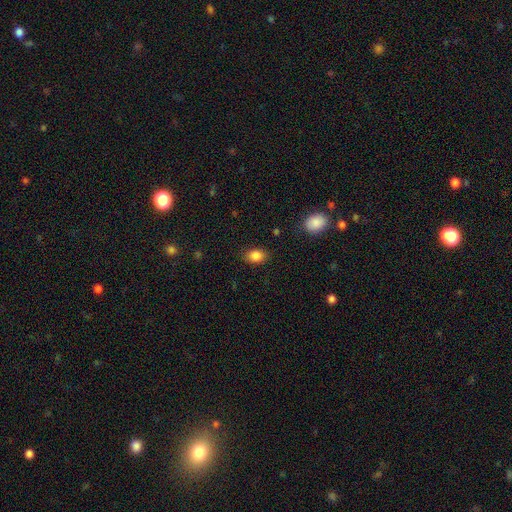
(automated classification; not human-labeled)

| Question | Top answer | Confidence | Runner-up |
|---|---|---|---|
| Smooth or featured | smooth | 86% | star or artifact (9%) |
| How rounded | in between | 73% | round (25%) |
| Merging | none | 84% | minor disturbance (12%) |